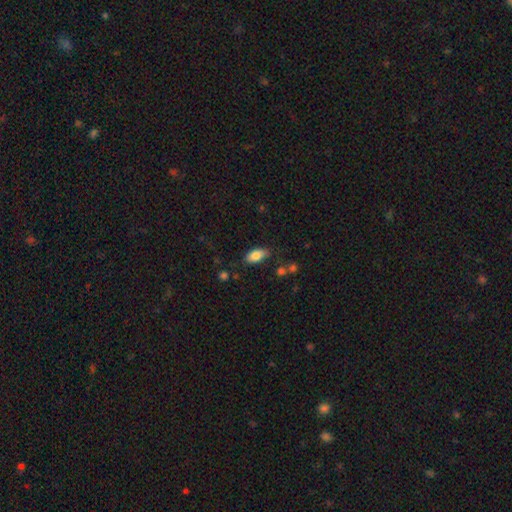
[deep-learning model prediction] Smooth or featured?
  - smooth: 82% *
  - featured or disk: 11%
  - star or artifact: 7%
How rounded?
  - in between: 91% *
  - cigar-shaped: 6%
  - round: 3%
Merging?
  - none: 76% *
  - minor disturbance: 17%
  - major disturbance: 4%
  - merger: 3%